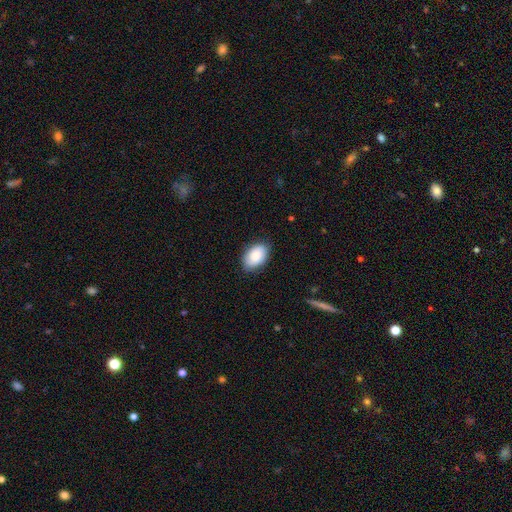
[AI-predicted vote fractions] Smooth or featured? smooth (84%)
How rounded? in between (91%)
Merging? none (83%)